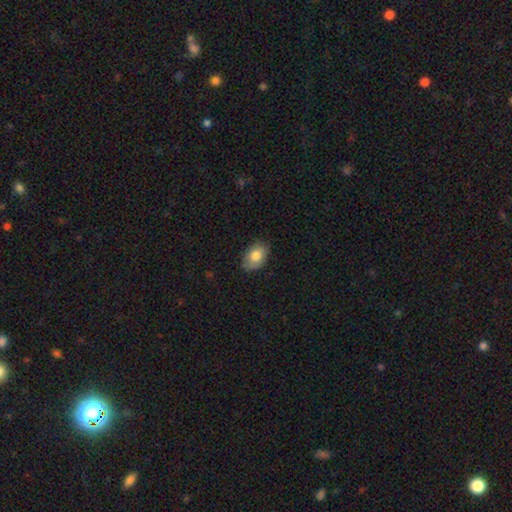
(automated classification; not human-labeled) Smooth or featured?
  - smooth: 80% *
  - featured or disk: 13%
  - star or artifact: 7%
How rounded?
  - in between: 86% *
  - round: 13%
  - cigar-shaped: 1%
Merging?
  - none: 79% *
  - minor disturbance: 17%
  - major disturbance: 3%
  - merger: 1%